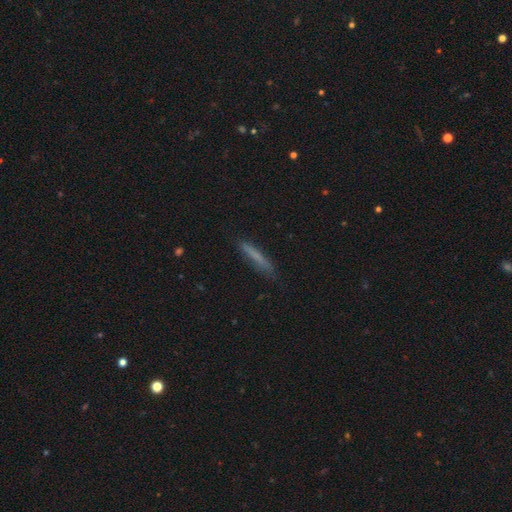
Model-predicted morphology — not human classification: type=smooth (71%); roundness=cigar-shaped (94%); merging=none (83%).